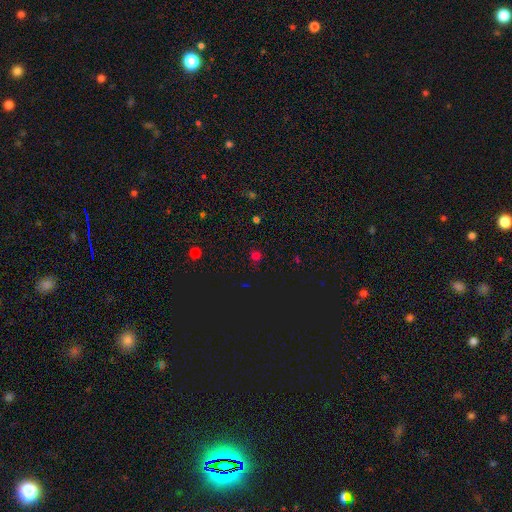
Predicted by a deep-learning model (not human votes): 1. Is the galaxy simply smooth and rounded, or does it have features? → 58% smooth, 37% star or artifact, 5% featured or disk.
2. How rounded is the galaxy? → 89% round, 10% in between, 1% cigar-shaped.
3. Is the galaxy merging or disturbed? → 86% none, 9% minor disturbance, 3% major disturbance, 2% merger.